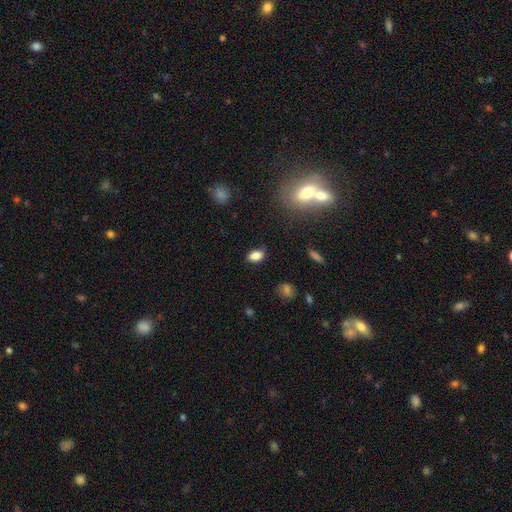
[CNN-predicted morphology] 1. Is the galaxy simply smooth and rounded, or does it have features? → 85% smooth, 10% star or artifact, 5% featured or disk.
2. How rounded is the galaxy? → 87% in between, 11% round, 2% cigar-shaped.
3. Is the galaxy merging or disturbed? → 80% none, 15% minor disturbance, 3% major disturbance, 2% merger.